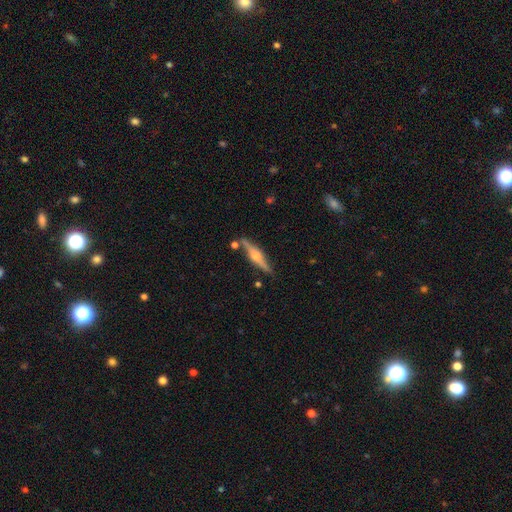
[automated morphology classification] type=featured or disk (75%); edge-on=yes (97%); edge-on bulge=rounded (92%); merging=none (82%).